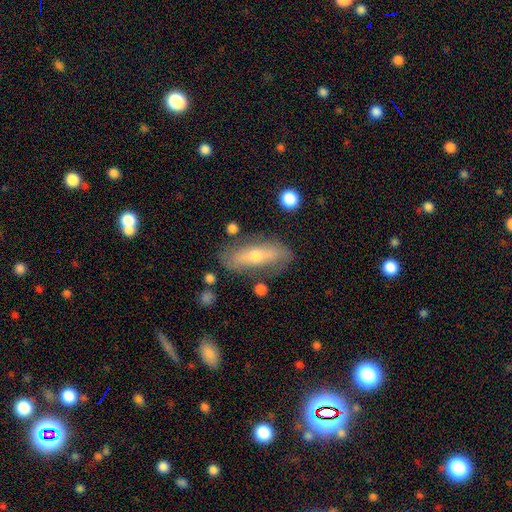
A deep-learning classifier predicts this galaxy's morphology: Smooth or featured? featured or disk (50%)
Edge-on disk? no (54%)
Merging? none (74%)